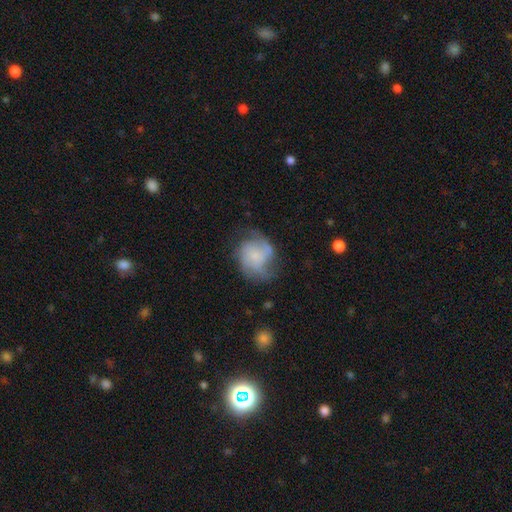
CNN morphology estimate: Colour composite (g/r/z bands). It shows a featured or disk galaxy (64%) with no bar (71%), 2 (51%) medium (46%) spiral arms (87%) and a small central bulge (51%). Merging: none (52%).